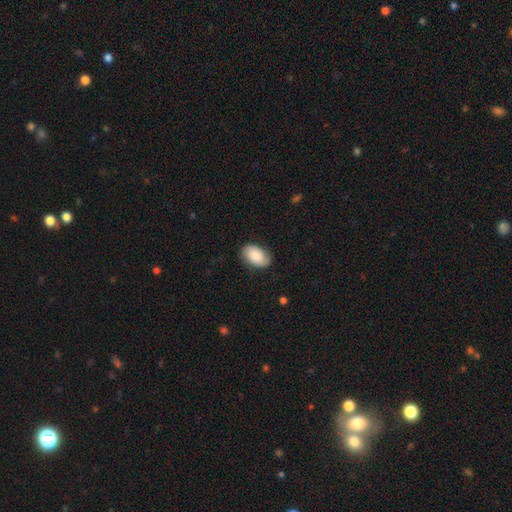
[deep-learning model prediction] Smooth or featured?
  - smooth: 74% *
  - featured or disk: 20%
  - star or artifact: 6%
How rounded?
  - in between: 91% *
  - round: 8%
  - cigar-shaped: 1%
Merging?
  - none: 79% *
  - minor disturbance: 16%
  - major disturbance: 4%
  - merger: 1%